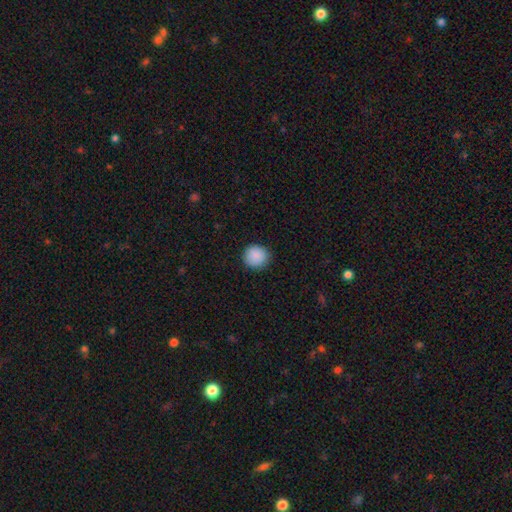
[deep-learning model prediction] Morphology: type=smooth (90%); roundness=round (92%); merging=none (91%).